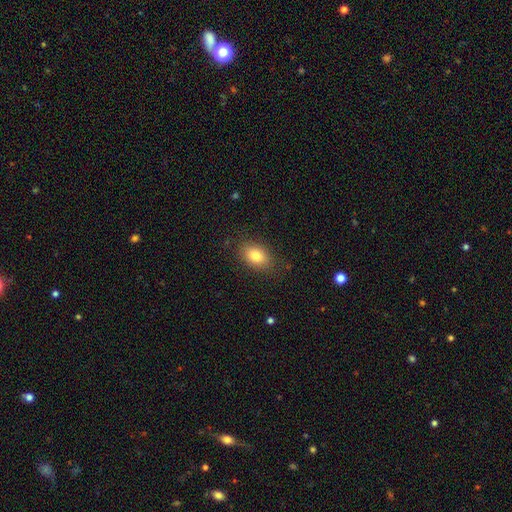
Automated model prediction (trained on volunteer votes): Smooth or featured? Predicted: smooth (p=0.82). How rounded? Predicted: in between (p=0.82). Merging? Predicted: none (p=0.83).